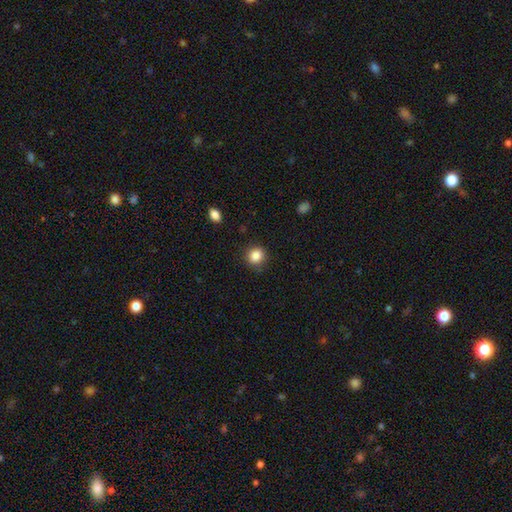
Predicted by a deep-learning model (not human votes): Morphology: type=smooth (86%); roundness=round (82%); merging=none (87%).